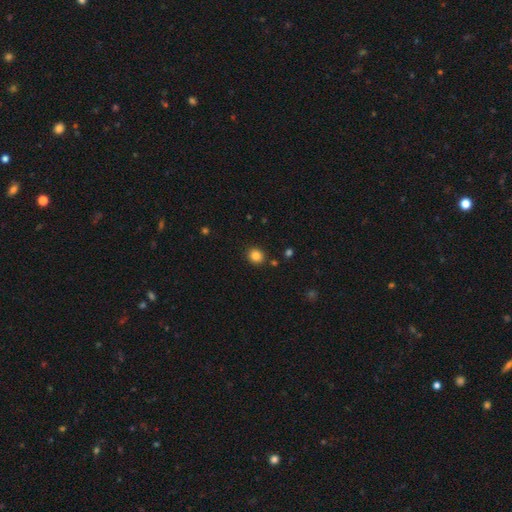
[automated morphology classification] type=smooth (85%); roundness=round (82%); merging=none (89%).